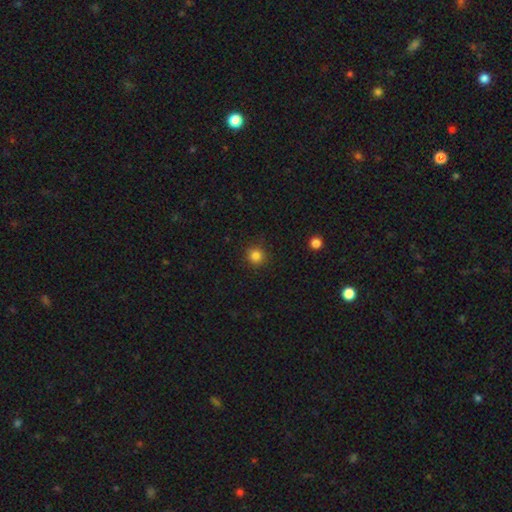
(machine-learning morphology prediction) The model was most divided on "smooth or featured": smooth: 84%, star or artifact: 12%, featured or disk: 4%. More confident: how rounded — round (94%); merging — none (91%).